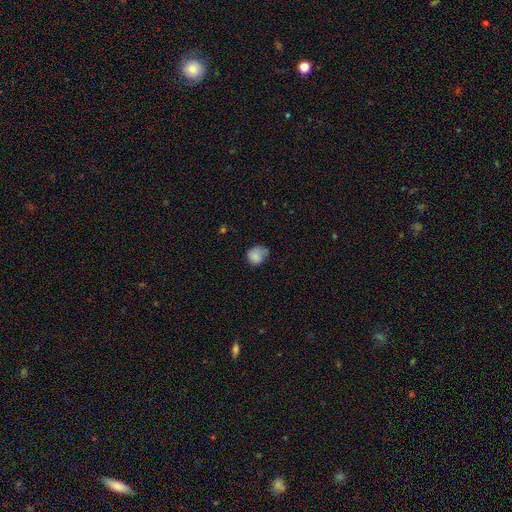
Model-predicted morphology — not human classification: Smooth or featured? Predicted: smooth (p=0.85). How rounded? Predicted: round (p=0.68). Merging? Predicted: none (p=0.55).